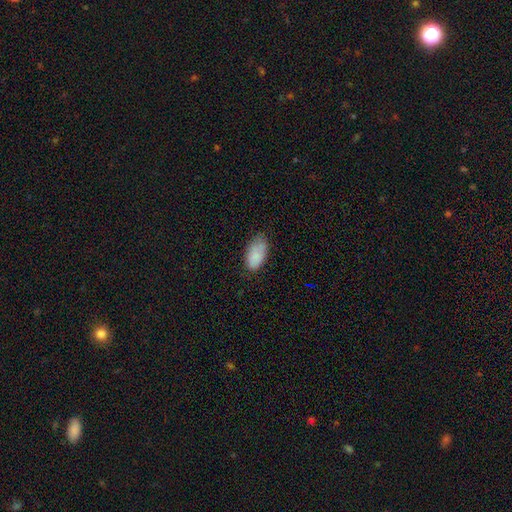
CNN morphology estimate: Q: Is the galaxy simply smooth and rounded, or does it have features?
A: smooth — 84%.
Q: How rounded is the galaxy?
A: in between — 94%.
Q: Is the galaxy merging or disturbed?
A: none — 62%.